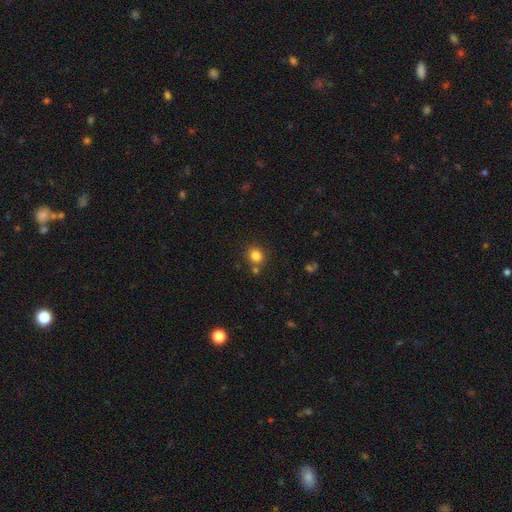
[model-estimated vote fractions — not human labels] Smooth or featured: smooth — 82% (star or artifact — 12%)
How rounded: round — 83% (in between — 16%)
Merging: none — 77% (merger — 10%)